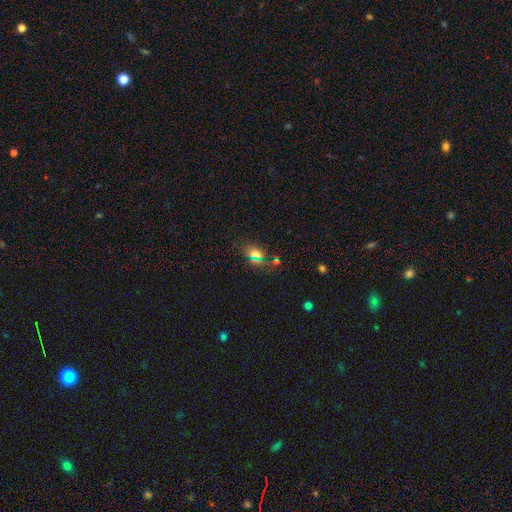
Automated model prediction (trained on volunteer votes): This appears to be a smooth galaxy with no disk features (57%) that is in between round and cigar-shaped (71%). Merging: none (77%).